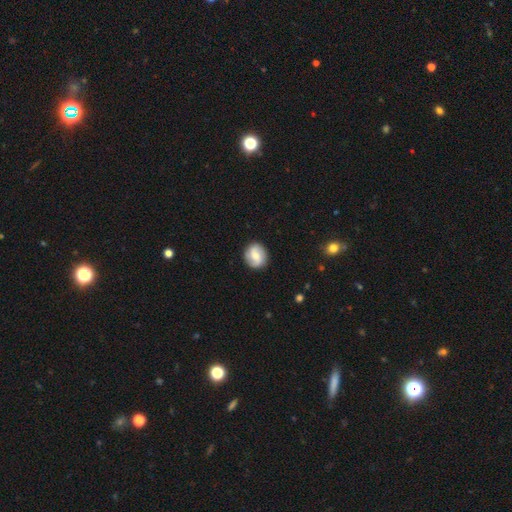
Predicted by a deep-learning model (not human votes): A featured or disk galaxy (47%). Merging: none (88%).